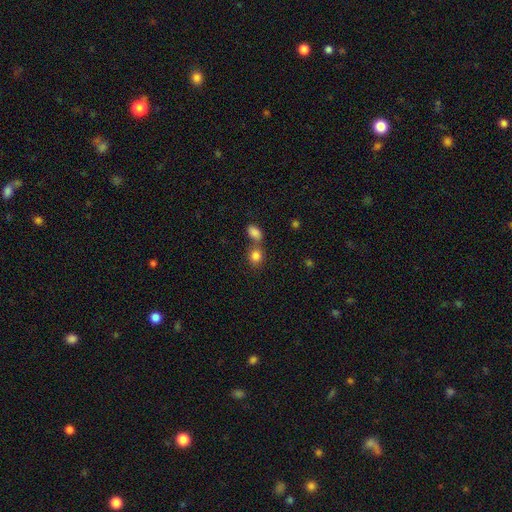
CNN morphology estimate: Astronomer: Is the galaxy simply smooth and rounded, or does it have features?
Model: smooth — 84%.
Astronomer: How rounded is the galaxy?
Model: round — 63%.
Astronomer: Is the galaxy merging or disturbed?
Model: none — 49% (runner-up: merger, 39%).